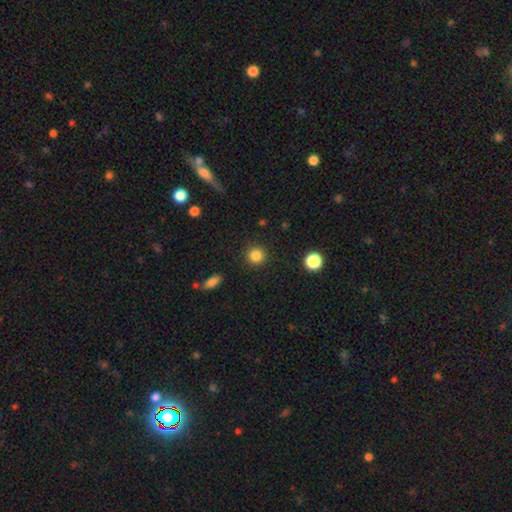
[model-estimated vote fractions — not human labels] This appears to be a smooth galaxy with no disk features (85%) that is round (94%). Merging: none (91%).